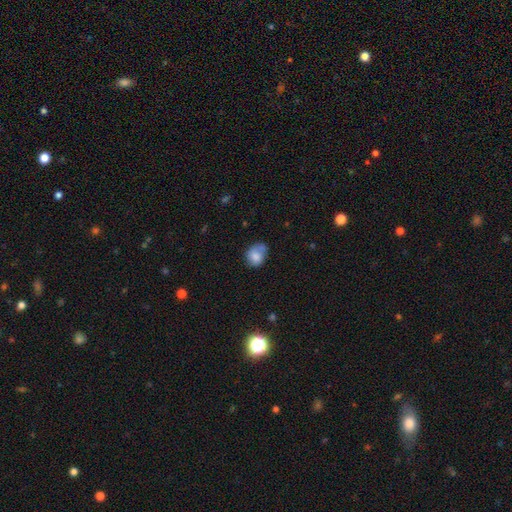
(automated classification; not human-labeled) smooth_or_featured: smooth (p=0.71) [alt: featured or disk p=0.20]
how_rounded: round (p=0.50) [alt: in between p=0.49]
merging: none (p=0.46) [alt: minor disturbance p=0.33]